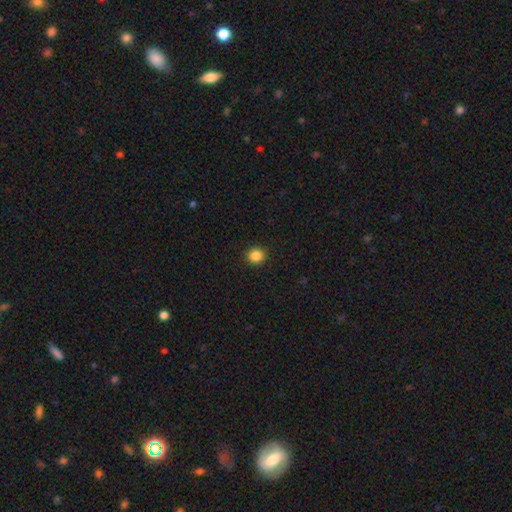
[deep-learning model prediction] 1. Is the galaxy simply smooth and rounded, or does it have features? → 86% smooth, 11% star or artifact, 3% featured or disk.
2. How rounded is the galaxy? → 89% round, 10% in between, 1% cigar-shaped.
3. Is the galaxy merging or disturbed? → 92% none, 5% minor disturbance, 2% major disturbance, 1% merger.